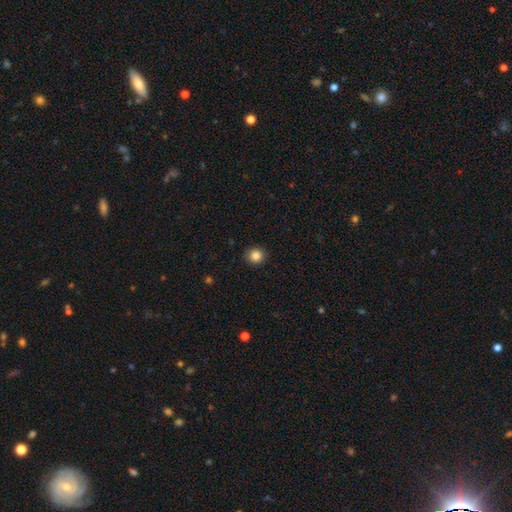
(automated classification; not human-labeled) smooth-or-featured: smooth: 84% | star or artifact: 11% | featured or disk: 5%
  how-rounded: round: 90% | in between: 9% | cigar-shaped: 1%
  merging: none: 91% | minor disturbance: 6% | major disturbance: 2% | merger: 1%